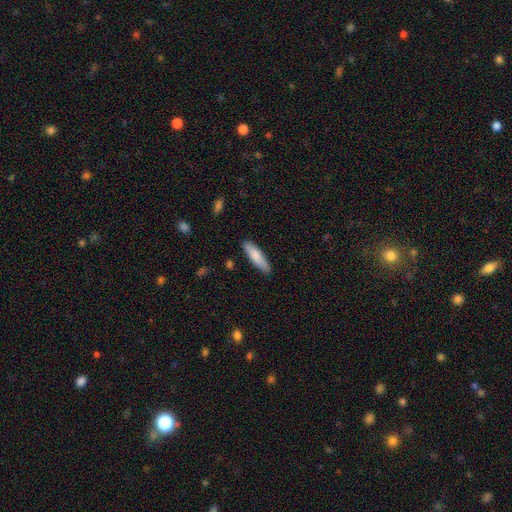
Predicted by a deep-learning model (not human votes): Smooth or featured? Predicted: smooth (p=0.82). How rounded? Predicted: cigar-shaped (p=0.67). Merging? Predicted: none (p=0.86).